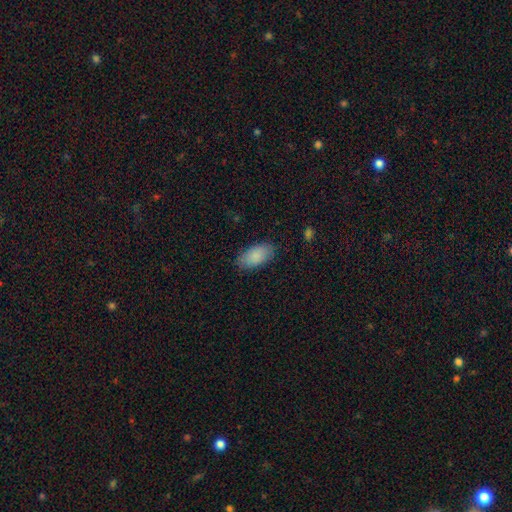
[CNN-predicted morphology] type=smooth (88%); roundness=in between (94%); merging=none (84%).